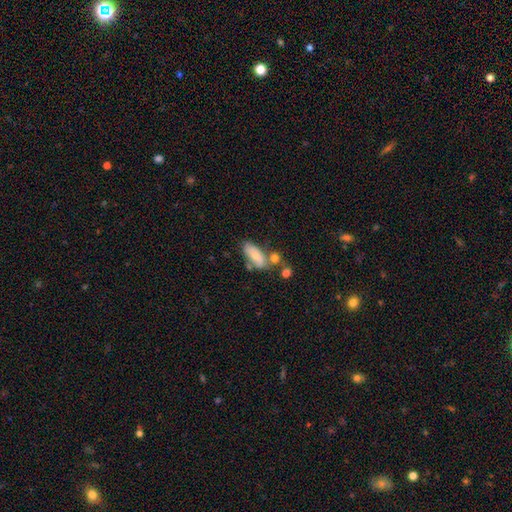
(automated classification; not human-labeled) A smooth galaxy with no disk features (69%) that is in between round and cigar-shaped (79%).

Vote fractions:
- Smooth or featured? smooth: 69% / featured or disk: 24% / star or artifact: 7%
- How rounded? in between: 79% / cigar-shaped: 18% / round: 3%
- Merging? none: 45% / merger: 25% / minor disturbance: 22% / major disturbance: 8%